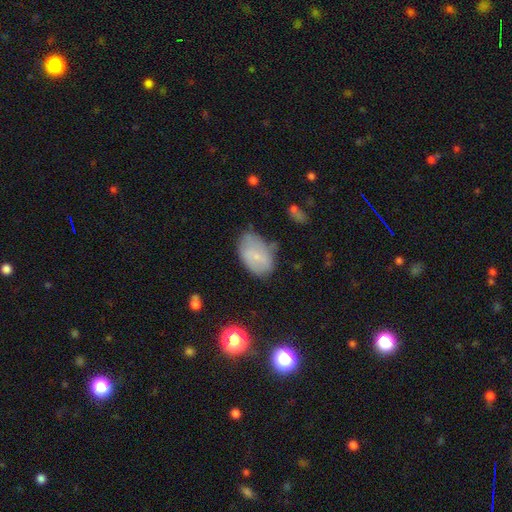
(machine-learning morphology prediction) type=smooth (64%); roundness=in between (87%); merging=none (52%).